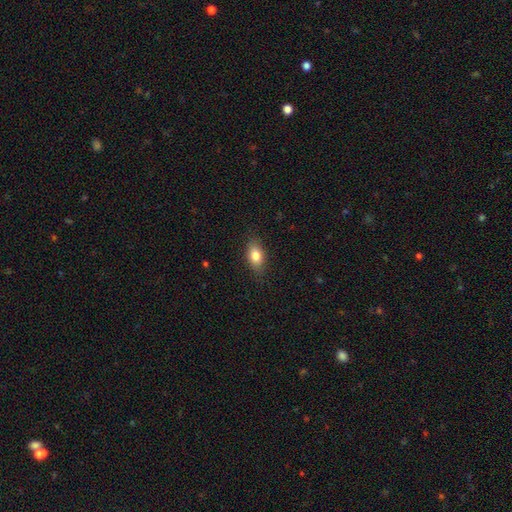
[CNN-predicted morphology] Overall: smooth (80%). How rounded: in between (85%). Merging: none (84%).